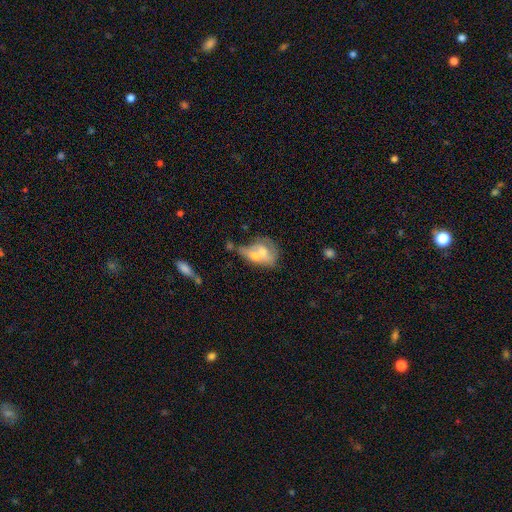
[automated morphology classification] Q: Smooth or featured?
A: smooth (48%); runner-up: featured or disk (42%)
Q: Merging?
A: merger (59%); runner-up: none (19%)